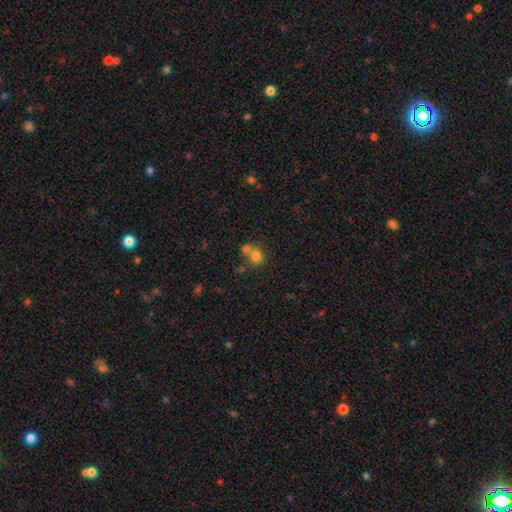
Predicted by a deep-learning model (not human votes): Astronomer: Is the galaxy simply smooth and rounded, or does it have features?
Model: smooth — 75%.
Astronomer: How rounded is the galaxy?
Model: round — 79%.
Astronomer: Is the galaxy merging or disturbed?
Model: merger — 46% (runner-up: none, 43%).